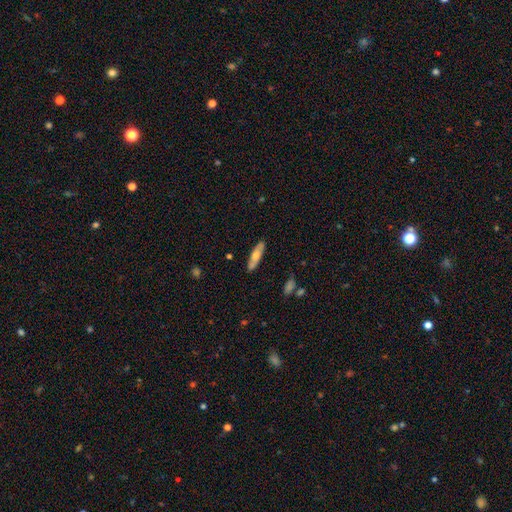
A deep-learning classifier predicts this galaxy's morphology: A smooth galaxy with no disk features (58%) that is cigar-shaped (62%). Merging: none (85%).